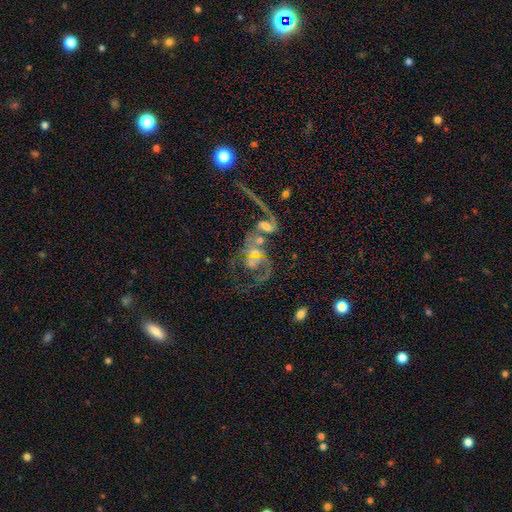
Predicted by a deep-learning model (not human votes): This is likely a featured or disk galaxy (71%). It is clearly not viewed edge-on (96%). Bar: likely no (66%). Spiral arm pattern: likely yes (72%). Central bulge: marginally small (38%). Merging: possibly merger (50%).